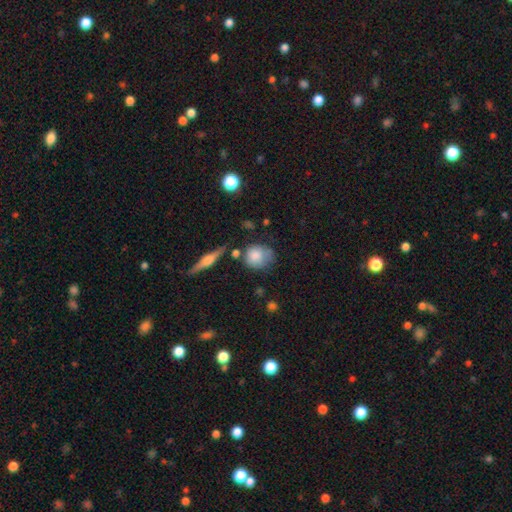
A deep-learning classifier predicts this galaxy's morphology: This is likely a smooth galaxy (77%). How rounded: likely round (69%). Merging: possibly none (57%).